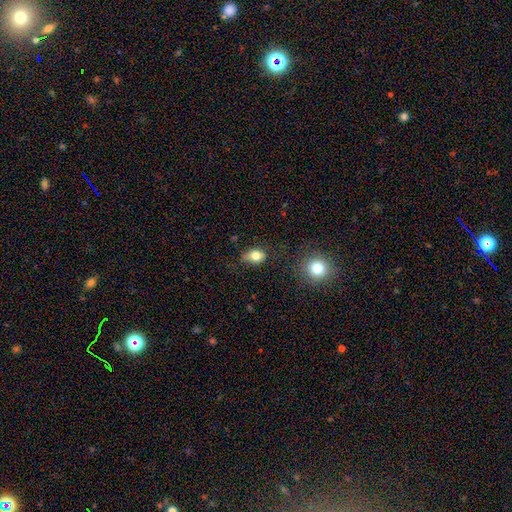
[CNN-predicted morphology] Smooth or featured: smooth — 79% (featured or disk — 10%)
How rounded: in between — 68% (round — 30%)
Merging: none — 61% (minor disturbance — 28%)